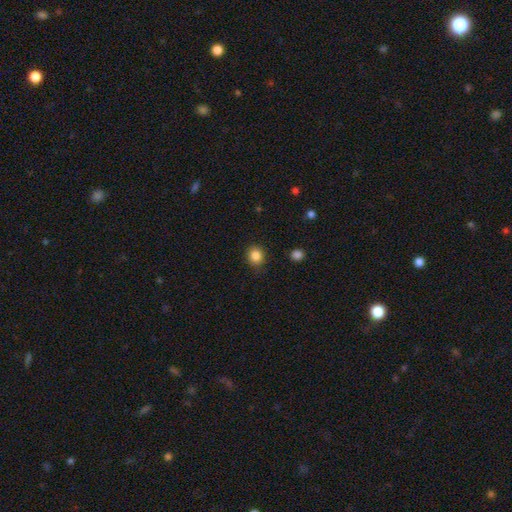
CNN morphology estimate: type=smooth (85%); roundness=round (78%); merging=none (87%).